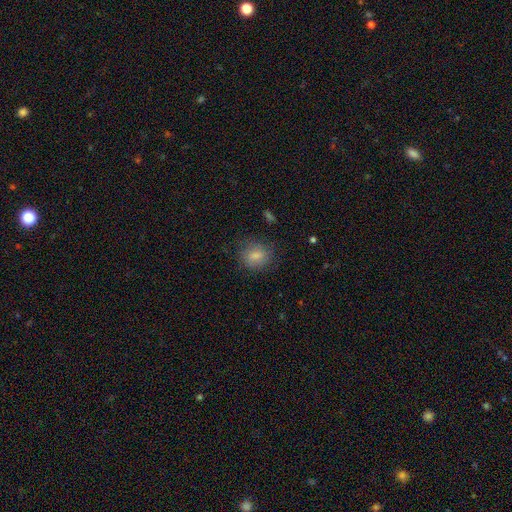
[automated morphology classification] A smooth galaxy with no disk features (81%) that is round (57%).

Vote fractions:
- Smooth or featured? smooth: 81% / featured or disk: 10% / star or artifact: 9%
- How rounded? round: 57% / in between: 41% / cigar-shaped: 2%
- Merging? none: 76% / minor disturbance: 17% / major disturbance: 6% / merger: 1%